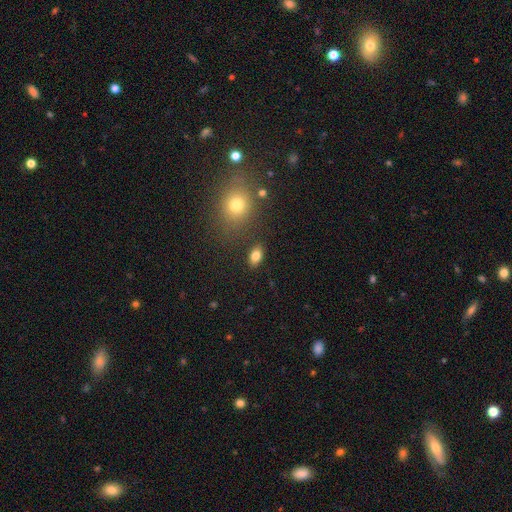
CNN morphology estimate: Overall: smooth (82%). How rounded: in between (87%). Merging: none (84%).